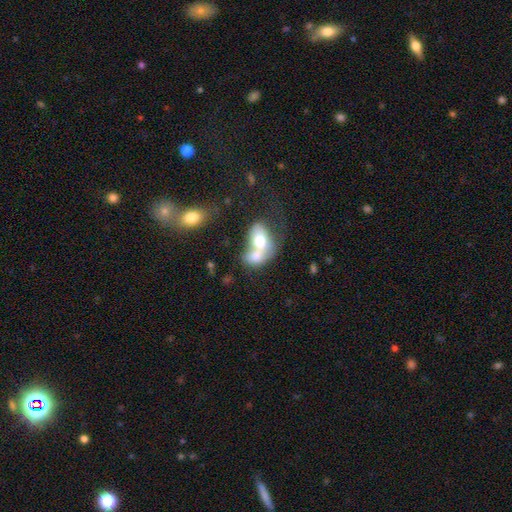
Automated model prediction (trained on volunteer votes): smooth_or_featured: smooth (p=0.65) [alt: featured or disk p=0.28]
how_rounded: in between (p=0.78) [alt: round p=0.20]
merging: merger (p=0.77) [alt: none p=0.11]